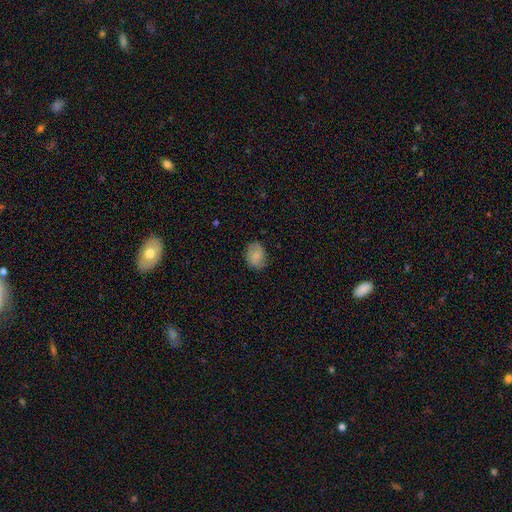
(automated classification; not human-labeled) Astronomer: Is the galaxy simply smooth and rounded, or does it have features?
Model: smooth — 65%.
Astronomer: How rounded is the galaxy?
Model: in between — 55% (runner-up: round, 44%).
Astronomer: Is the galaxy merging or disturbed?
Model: none — 74%.